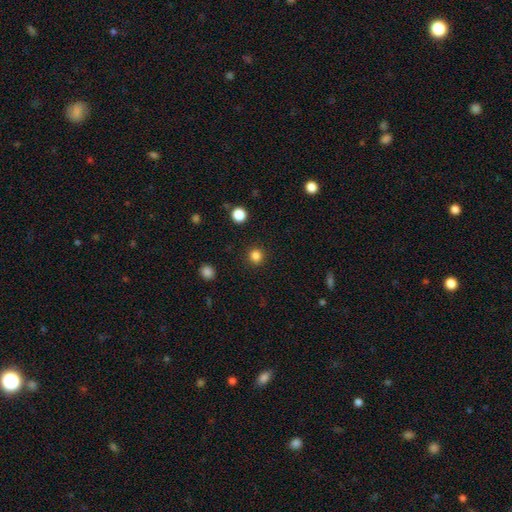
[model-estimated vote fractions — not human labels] Smooth or featured? Predicted: smooth (p=0.83). How rounded? Predicted: round (p=0.92). Merging? Predicted: none (p=0.91).